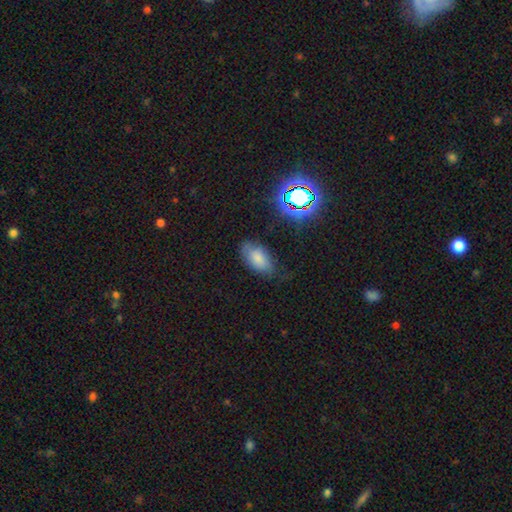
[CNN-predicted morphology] The model was most divided on "merging": none: 65%, minor disturbance: 25%, major disturbance: 8%, merger: 2%. More confident: how rounded — in between (92%); smooth or featured — smooth (71%).